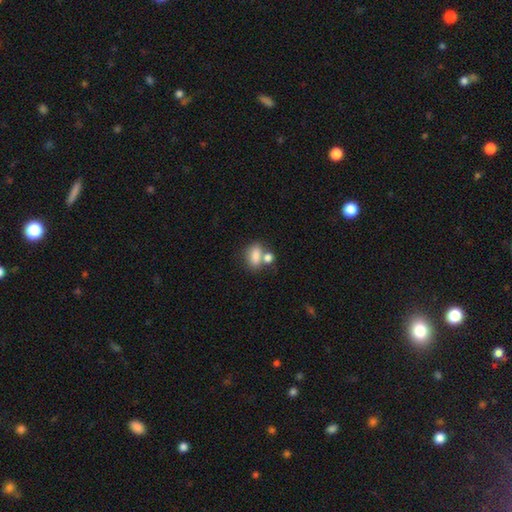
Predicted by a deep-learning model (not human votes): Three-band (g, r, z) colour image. It shows a smooth galaxy with no disk features (81%) that is in between round and cigar-shaped (81%). Merging: merger (43%).